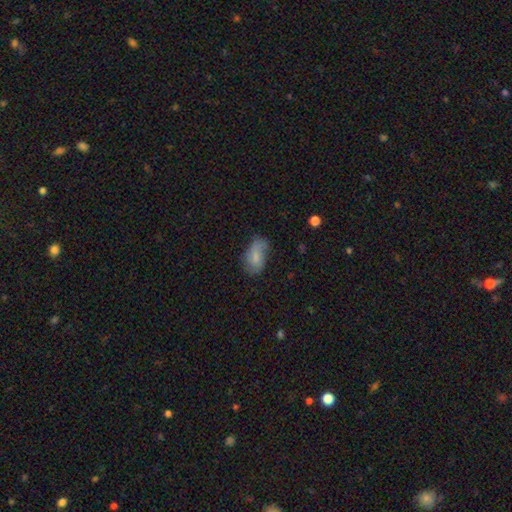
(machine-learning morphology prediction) Overall: smooth (66%; featured or disk 26%). How rounded: in between (91%). Merging: none (56%; minor disturbance 31%).